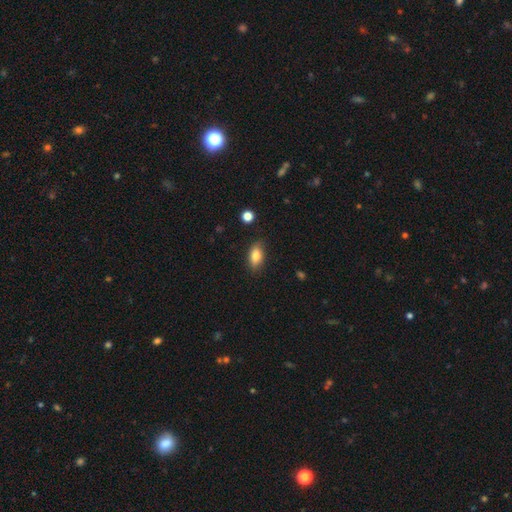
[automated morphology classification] smooth_or_featured: smooth (p=0.80) [alt: featured or disk p=0.12]
how_rounded: in between (p=0.85) [alt: cigar-shaped p=0.09]
merging: none (p=0.82) [alt: minor disturbance p=0.14]